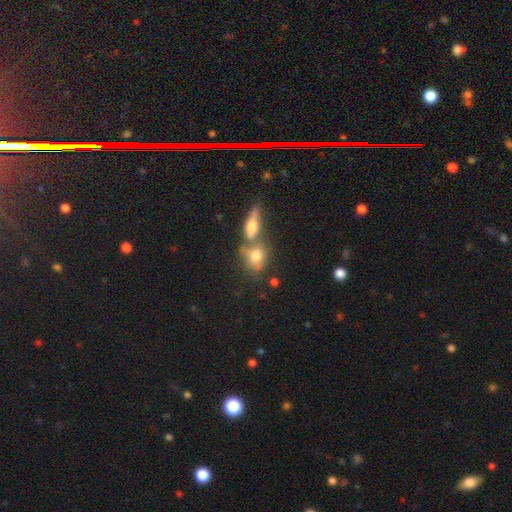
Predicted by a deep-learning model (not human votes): smooth_or_featured: smooth (p=0.73) [alt: featured or disk p=0.17]
how_rounded: in between (p=0.55) [alt: round p=0.40]
merging: merger (p=0.49) [alt: none p=0.34]